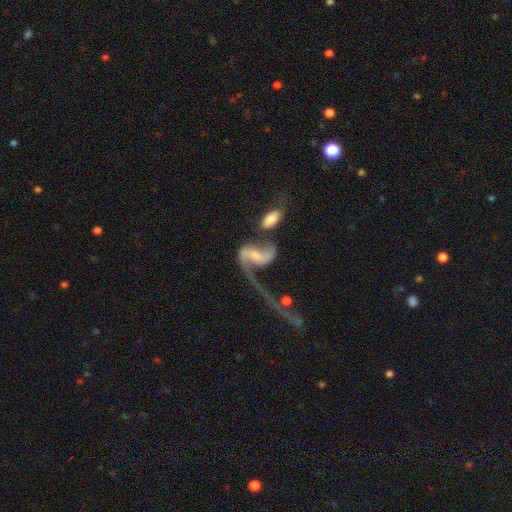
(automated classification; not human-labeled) This appears to be a featured or disk galaxy (77%) with a weak bar (40%), 2 (68%) loose (80%) spiral arms (88%) and a small central bulge (42%). Merging: major disturbance (34%).